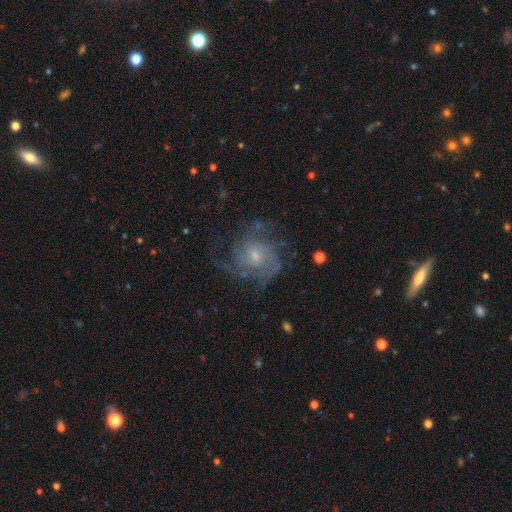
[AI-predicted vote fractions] smooth_or_featured: featured or disk (p=0.75) [alt: smooth p=0.16]
disk_edge_on: no (p=0.98) [alt: yes p=0.02]
bar: no (p=0.71) [alt: weak p=0.26]
has_spiral_arms: yes (p=0.88) [alt: no p=0.12]
spiral_winding: medium (p=0.41) [tied with: tight p=0.41]
spiral_arm_count: can't tell (p=0.38) [alt: 3 p=0.21]
bulge_size: small (p=0.60) [alt: moderate p=0.33]
merging: none (p=0.58) [alt: minor disturbance p=0.20]